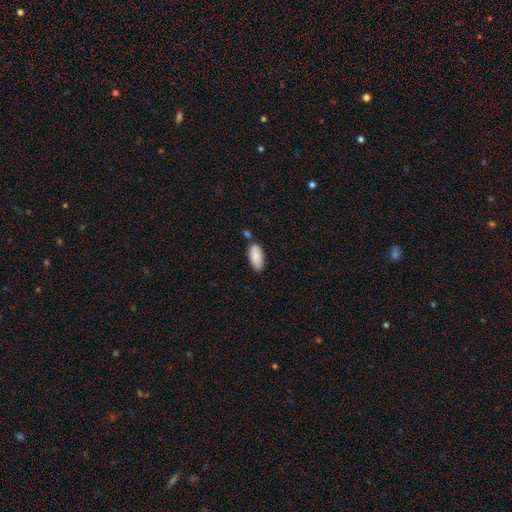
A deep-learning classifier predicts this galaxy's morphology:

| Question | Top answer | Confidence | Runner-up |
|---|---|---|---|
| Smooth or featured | smooth | 88% | star or artifact (6%) |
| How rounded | in between | 92% | cigar-shaped (7%) |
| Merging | none | 70% | minor disturbance (18%) |